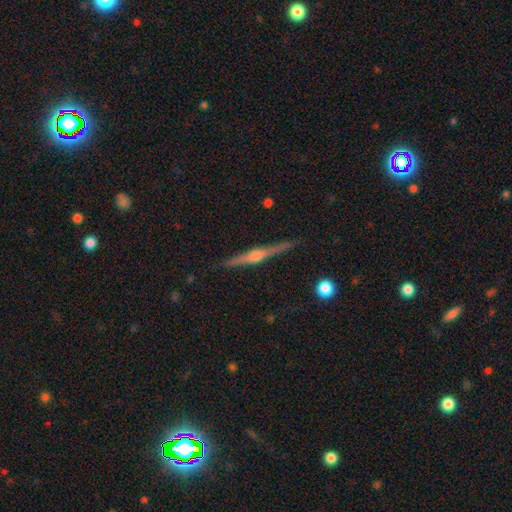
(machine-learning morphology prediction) smooth-or-featured: featured or disk: 84% | smooth: 10% | star or artifact: 6%
  disk-edge-on: yes: 99% | no: 1%
    edge-on-bulge: rounded: 88% | boxy: 7% | none: 5%
  merging: none: 92% | minor disturbance: 6% | major disturbance: 1% | merger: 1%